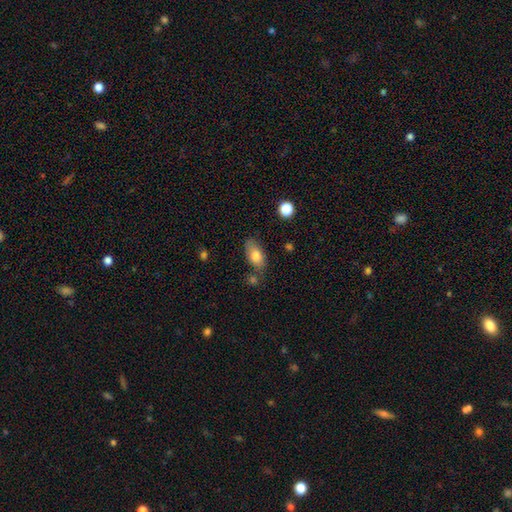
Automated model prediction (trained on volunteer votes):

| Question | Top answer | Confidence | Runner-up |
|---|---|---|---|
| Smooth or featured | smooth | 79% | featured or disk (13%) |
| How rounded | in between | 90% | round (5%) |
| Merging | none | 67% | minor disturbance (19%) |